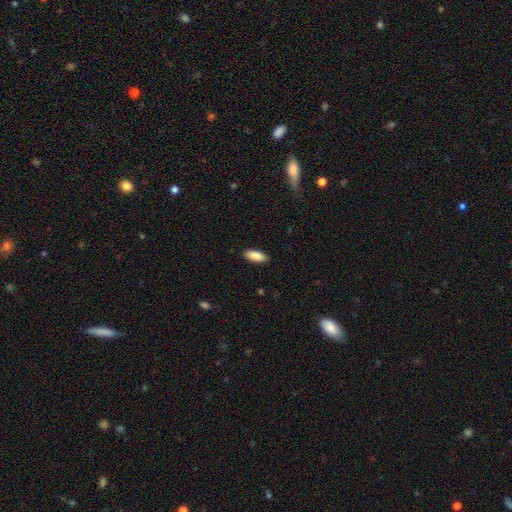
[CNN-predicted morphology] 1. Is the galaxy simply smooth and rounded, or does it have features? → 89% smooth, 6% star or artifact, 5% featured or disk.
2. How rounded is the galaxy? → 83% in between, 16% cigar-shaped, 2% round.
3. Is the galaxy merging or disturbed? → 89% none, 8% minor disturbance, 2% major disturbance, 1% merger.